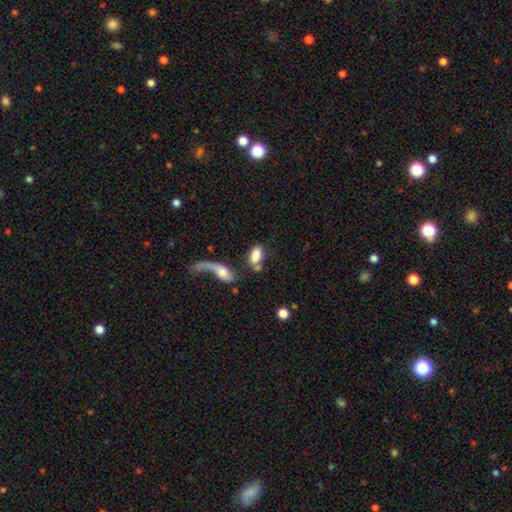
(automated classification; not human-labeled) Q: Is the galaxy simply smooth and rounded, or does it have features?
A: smooth — 80%.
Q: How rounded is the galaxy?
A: in between — 90%.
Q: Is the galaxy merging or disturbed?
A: merger — 38%.